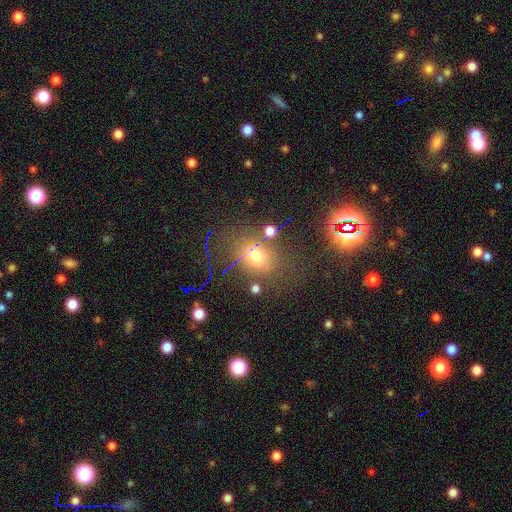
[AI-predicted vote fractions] Smooth or featured?
  - smooth: 60% *
  - star or artifact: 26%
  - featured or disk: 14%
How rounded?
  - round: 50% *
  - in between: 48%
  - cigar-shaped: 2%
Merging?
  - none: 69% *
  - minor disturbance: 15%
  - major disturbance: 8%
  - merger: 8%